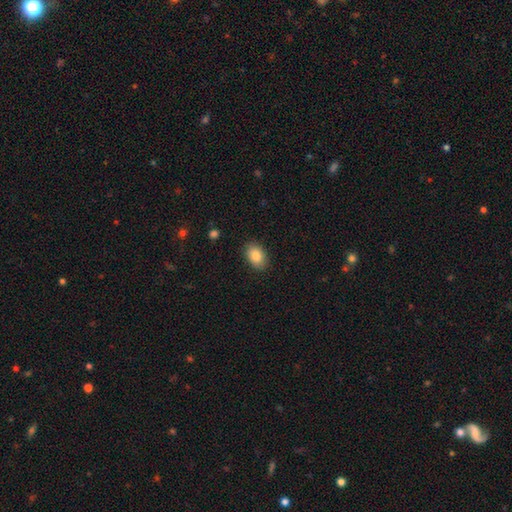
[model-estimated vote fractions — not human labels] smooth-or-featured: smooth: 84% | featured or disk: 8% | star or artifact: 8%
  how-rounded: in between: 86% | round: 13% | cigar-shaped: 1%
  merging: none: 88% | minor disturbance: 9% | major disturbance: 2% | merger: 1%